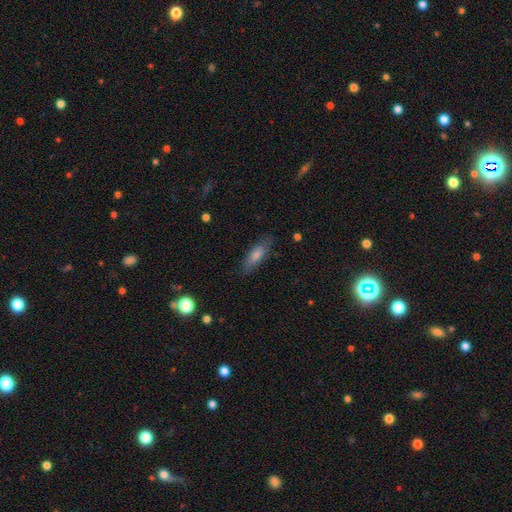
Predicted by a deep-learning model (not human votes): Overall: smooth (64%; featured or disk 27%). How rounded: in between (50%; cigar-shaped 48%). Merging: none (82%).